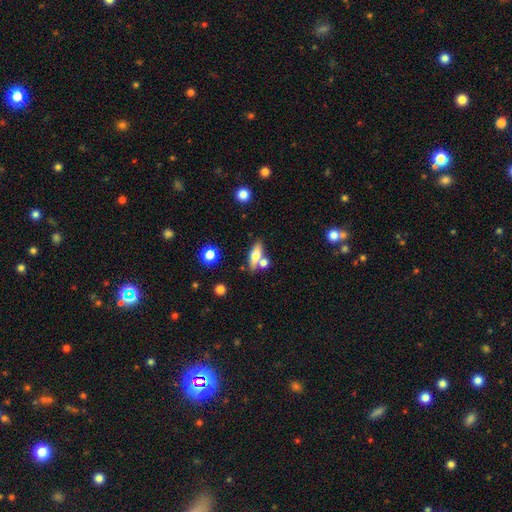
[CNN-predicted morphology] Q: Smooth or featured?
A: smooth (64%); runner-up: featured or disk (28%)
Q: How rounded?
A: in between (63%); runner-up: cigar-shaped (32%)
Q: Merging?
A: none (56%); runner-up: merger (28%)